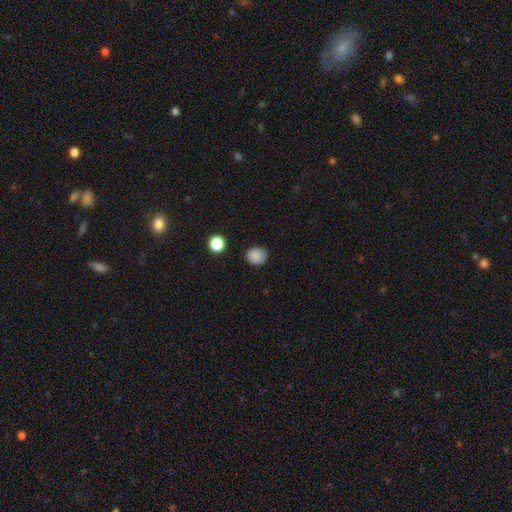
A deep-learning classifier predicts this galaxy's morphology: Overall: smooth (87%). How rounded: round (73%). Merging: none (86%).